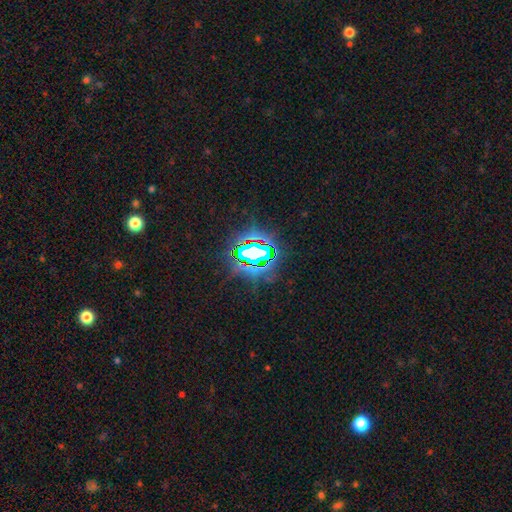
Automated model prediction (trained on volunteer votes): smooth_or_featured: star or artifact (p=0.77) [alt: smooth p=0.13]